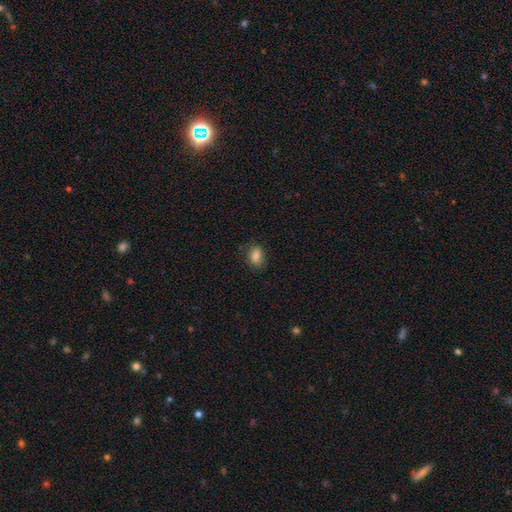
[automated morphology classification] Smooth or featured? Predicted: smooth (p=0.84). How rounded? Predicted: in between (p=0.81). Merging? Predicted: none (p=0.77).